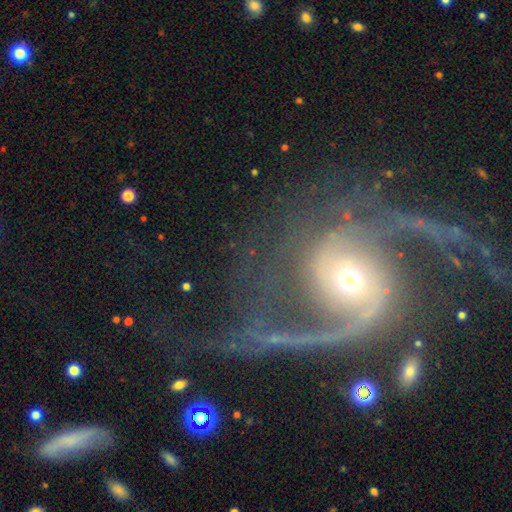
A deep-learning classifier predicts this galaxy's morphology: The model was most divided on "spiral winding" (2-way tie): medium: 41%, loose: 41%, tight: 18%. Remaining: edge-on disk — no (97%); spiral arms — yes (94%); smooth or featured — featured or disk (84%); spiral arm count — 2 (67%); bar — no (58%); bulge size — moderate (50%); merging — none (46%).